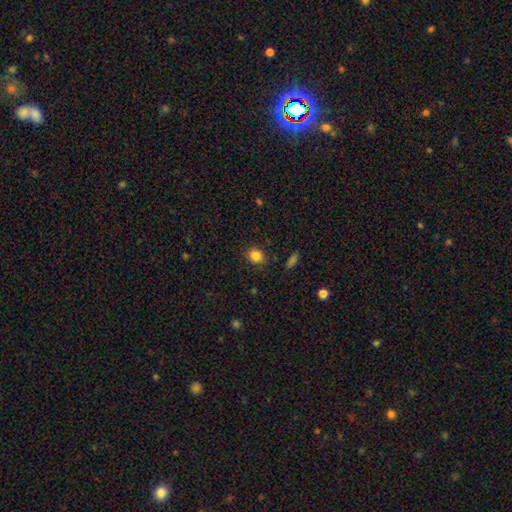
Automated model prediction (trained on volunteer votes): Smooth or featured: smooth — 84% (star or artifact — 11%)
How rounded: round — 67% (in between — 32%)
Merging: none — 84% (minor disturbance — 12%)